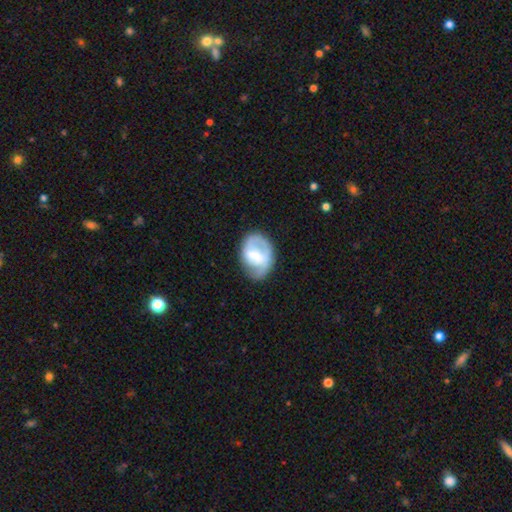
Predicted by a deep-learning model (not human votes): Overall: featured or disk (47%; smooth 46%). Merging: none (54%; minor disturbance 28%).